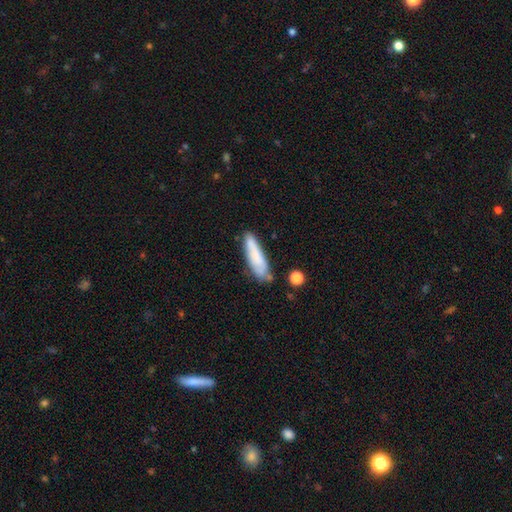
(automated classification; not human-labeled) A smooth galaxy with no disk features (71%) that is cigar-shaped (68%). Merging: none (64%).